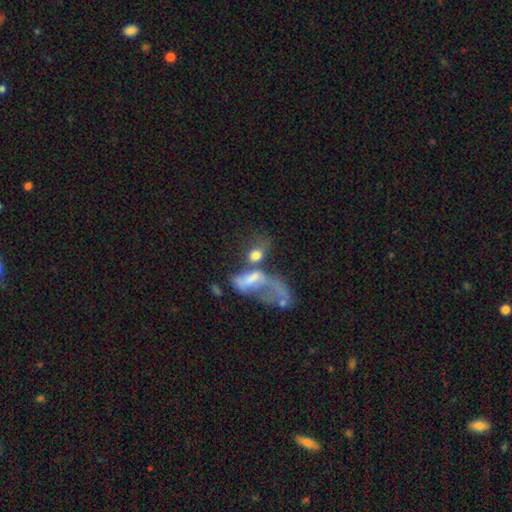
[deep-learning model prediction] smooth_or_featured: smooth (p=0.59) [alt: featured or disk p=0.29]
how_rounded: in between (p=0.71) [alt: round p=0.23]
merging: merger (p=0.56) [alt: major disturbance p=0.23]